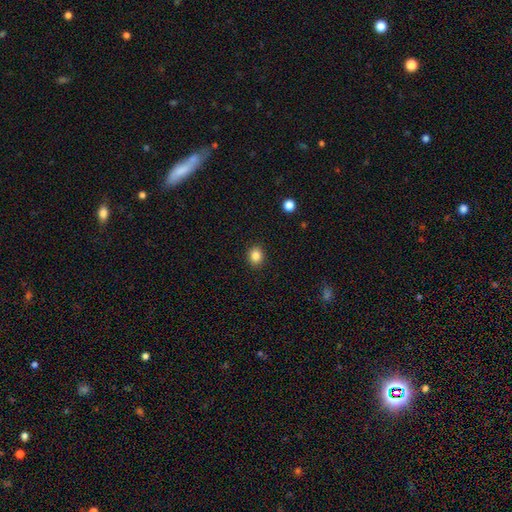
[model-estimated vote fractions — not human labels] Smooth or featured? Predicted: smooth (p=0.85). How rounded? Predicted: round (p=0.70). Merging? Predicted: none (p=0.91).